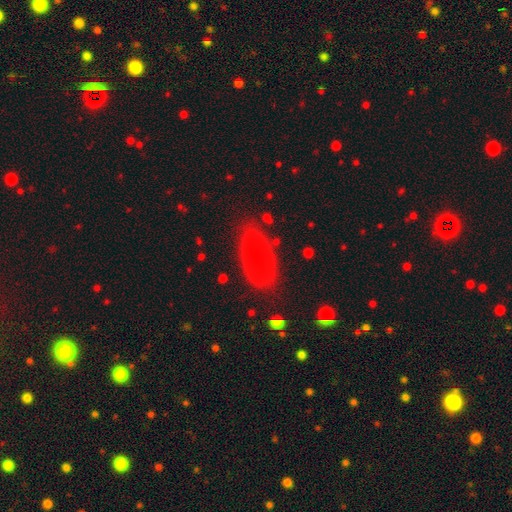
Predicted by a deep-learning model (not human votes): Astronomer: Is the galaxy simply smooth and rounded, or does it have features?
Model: smooth — 56% (runner-up: featured or disk, 35%).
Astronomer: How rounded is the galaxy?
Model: in between — 78%.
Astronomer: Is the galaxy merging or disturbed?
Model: none — 76%.